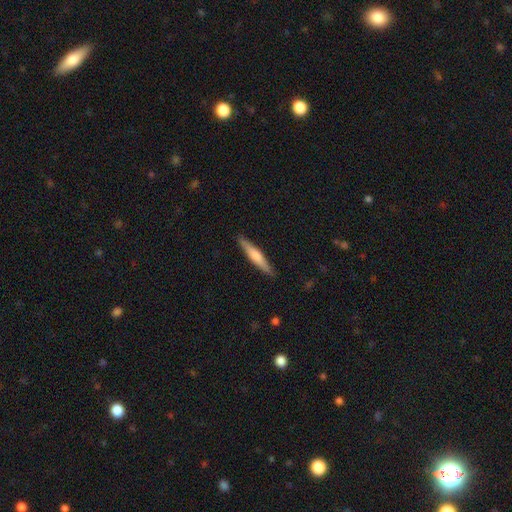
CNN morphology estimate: Smooth or featured: smooth — 54% (featured or disk — 41%)
How rounded: cigar-shaped — 92% (in between — 6%)
Merging: none — 90% (minor disturbance — 7%)